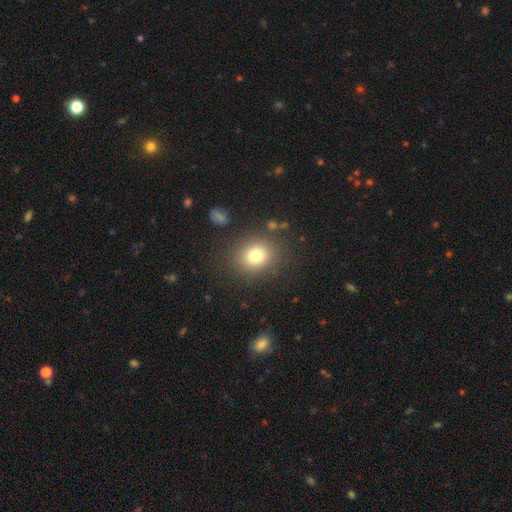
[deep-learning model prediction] The model was most divided on "how rounded": round: 70%, in between: 29%, cigar-shaped: 1%. More confident: merging — none (84%); smooth or featured — smooth (77%).